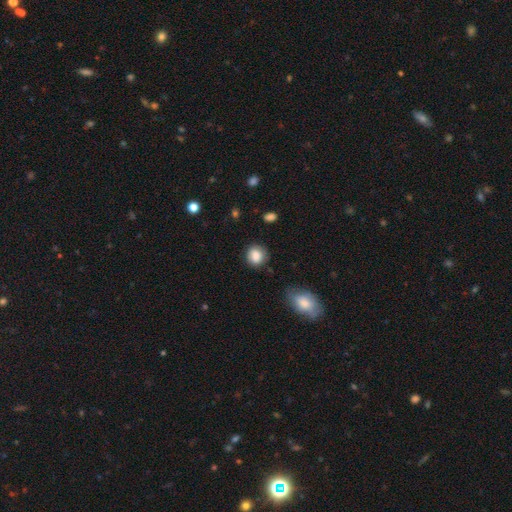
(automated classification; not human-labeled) Overall: smooth (84%). How rounded: round (77%). Merging: none (79%).